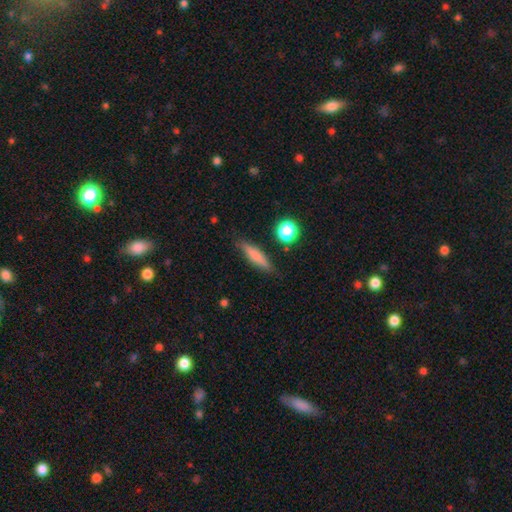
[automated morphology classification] Q: Smooth or featured?
A: smooth (73%); runner-up: featured or disk (19%)
Q: How rounded?
A: cigar-shaped (76%); runner-up: in between (21%)
Q: Merging?
A: none (83%); runner-up: minor disturbance (12%)